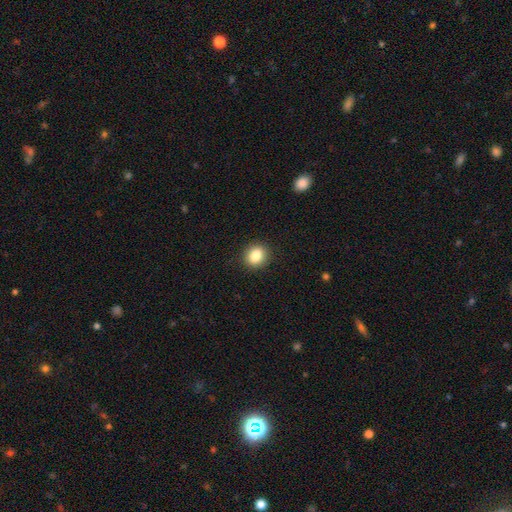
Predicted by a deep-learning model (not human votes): Q: Smooth or featured?
A: smooth (84%); runner-up: star or artifact (10%)
Q: How rounded?
A: round (74%); runner-up: in between (25%)
Q: Merging?
A: none (91%); runner-up: minor disturbance (6%)